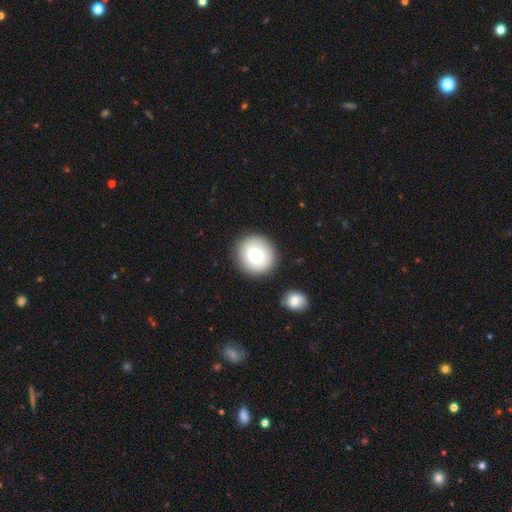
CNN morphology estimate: This appears to be a smooth galaxy with no disk features (76%) that is round (91%). Merging: none (87%).